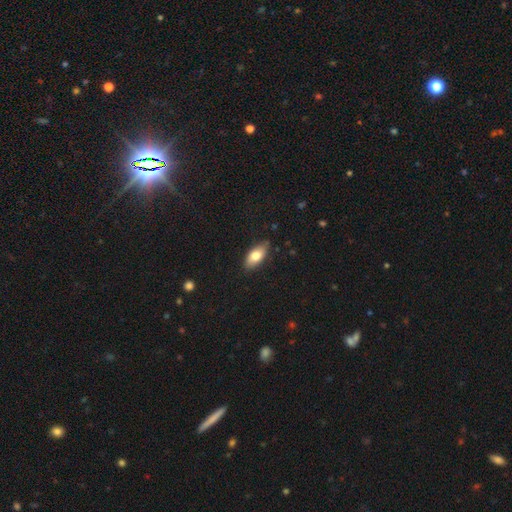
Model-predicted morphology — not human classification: Overall: smooth (76%). How rounded: in between (89%). Merging: none (83%).